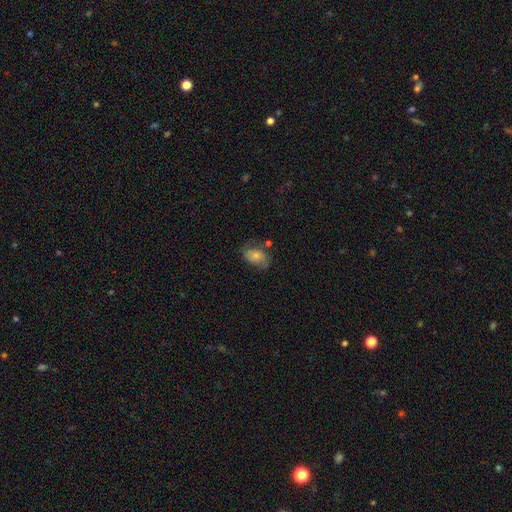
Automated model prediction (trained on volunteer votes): The model was most divided on "smooth or featured": smooth: 55%, featured or disk: 36%, star or artifact: 9%. More confident: how rounded — in between (83%); merging — none (52%).